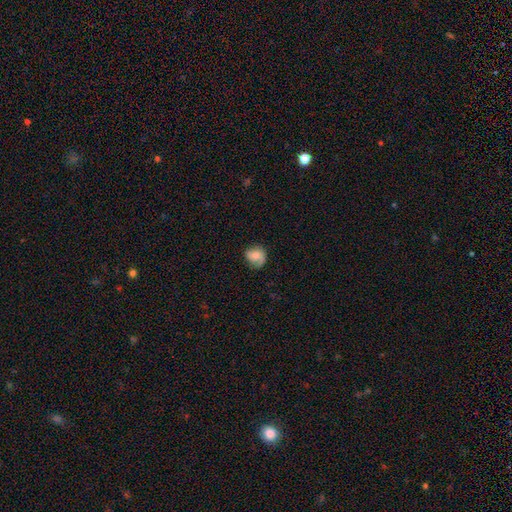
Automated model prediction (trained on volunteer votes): A smooth galaxy with no disk features (62%) that is round (69%). Merging: none (61%).